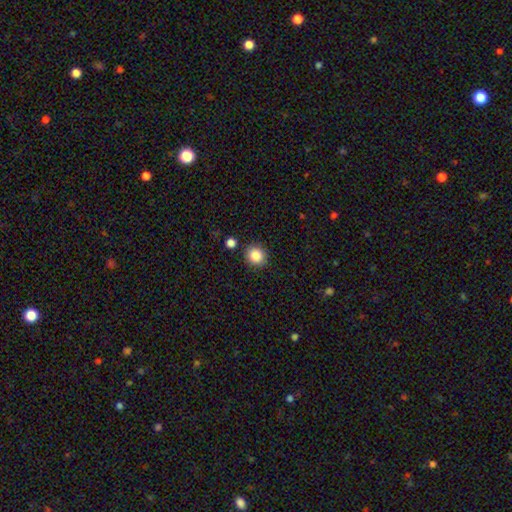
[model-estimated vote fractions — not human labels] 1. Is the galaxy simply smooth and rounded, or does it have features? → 86% smooth, 10% star or artifact, 4% featured or disk.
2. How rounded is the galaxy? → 86% round, 13% in between, 1% cigar-shaped.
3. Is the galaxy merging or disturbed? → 87% none, 7% minor disturbance, 3% merger, 2% major disturbance.